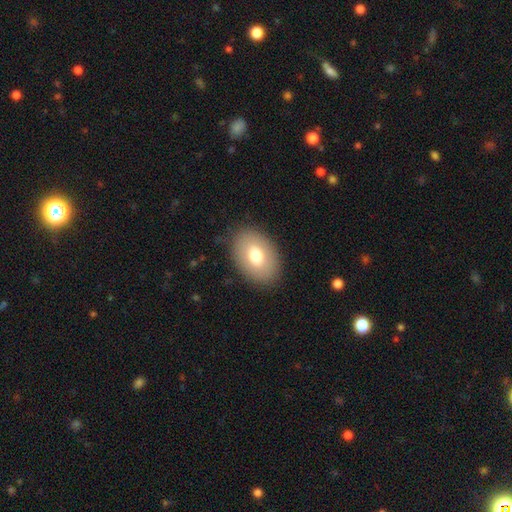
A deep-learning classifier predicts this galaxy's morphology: A smooth galaxy with no disk features (72%) that is in between round and cigar-shaped (83%).

Vote fractions:
- Smooth or featured? smooth: 72% / featured or disk: 20% / star or artifact: 8%
- How rounded? in between: 83% / round: 16% / cigar-shaped: 1%
- Merging? none: 85% / minor disturbance: 10% / major disturbance: 4% / merger: 1%